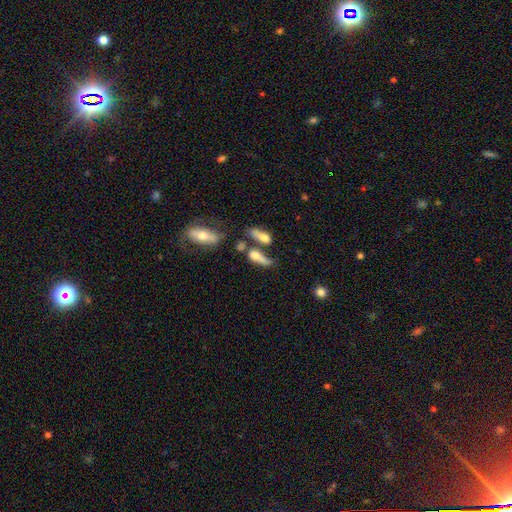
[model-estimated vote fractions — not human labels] Smooth or featured: smooth — 53% (featured or disk — 36%)
How rounded: in between — 49% (cigar-shaped — 42%)
Merging: none — 36% (merger — 33%)